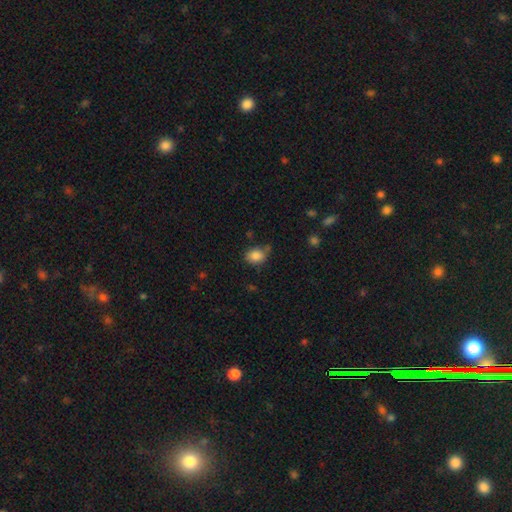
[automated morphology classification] Smooth or featured: smooth — 85% (star or artifact — 9%)
How rounded: in between — 62% (round — 37%)
Merging: none — 64% (minor disturbance — 25%)